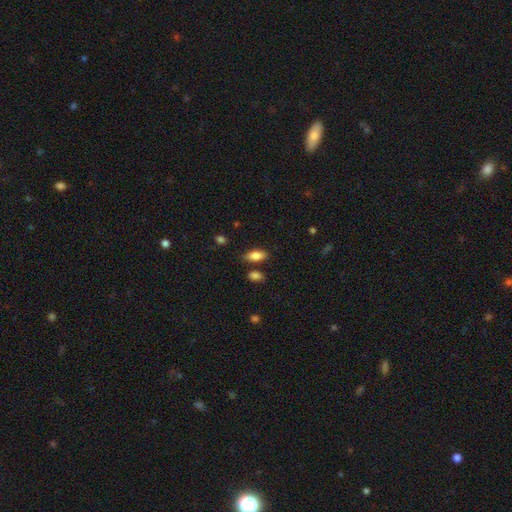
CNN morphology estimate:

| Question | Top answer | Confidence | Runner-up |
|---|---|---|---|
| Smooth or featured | smooth | 83% | featured or disk (10%) |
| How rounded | in between | 83% | cigar-shaped (14%) |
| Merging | none | 80% | minor disturbance (12%) |